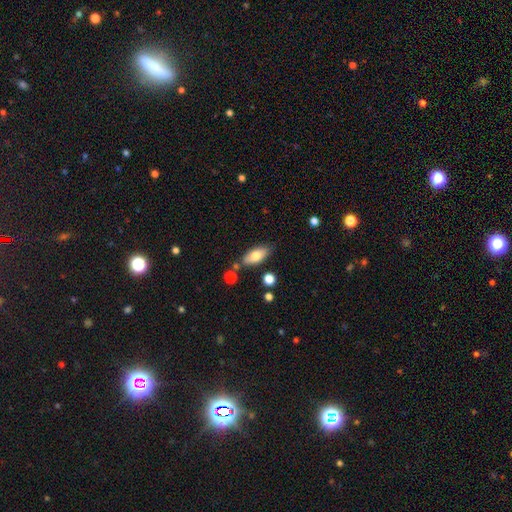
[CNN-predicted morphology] Smooth or featured? Predicted: smooth (p=0.75). How rounded? Predicted: in between (p=0.81). Merging? Predicted: none (p=0.77).